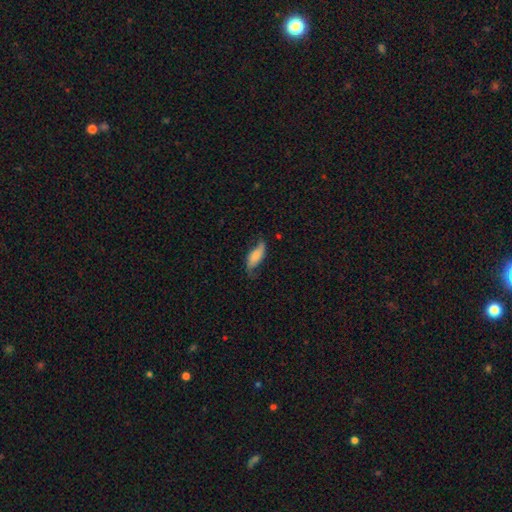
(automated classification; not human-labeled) This appears to be a smooth galaxy with no disk features (54%) that is in between round and cigar-shaped (73%). Merging: none (57%).